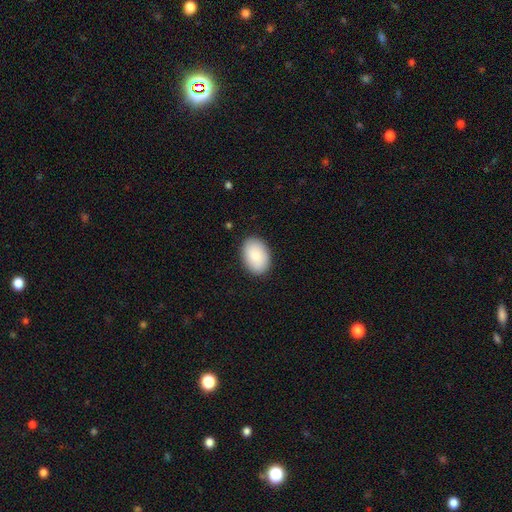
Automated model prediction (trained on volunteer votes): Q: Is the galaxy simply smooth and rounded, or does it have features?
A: smooth — 86%.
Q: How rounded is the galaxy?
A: in between — 85%.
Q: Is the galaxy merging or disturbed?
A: none — 88%.